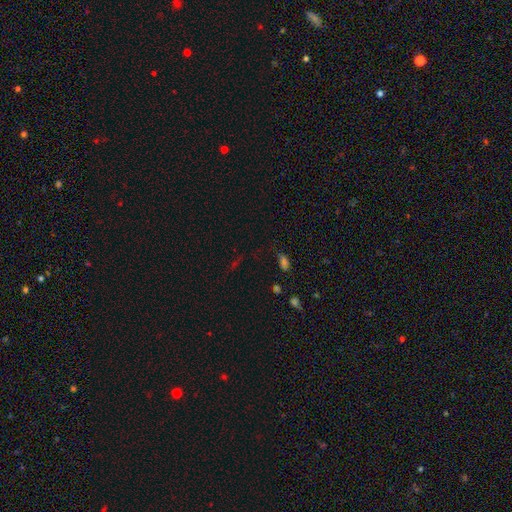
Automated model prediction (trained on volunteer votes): Smooth or featured? Predicted: star or artifact (p=0.49).